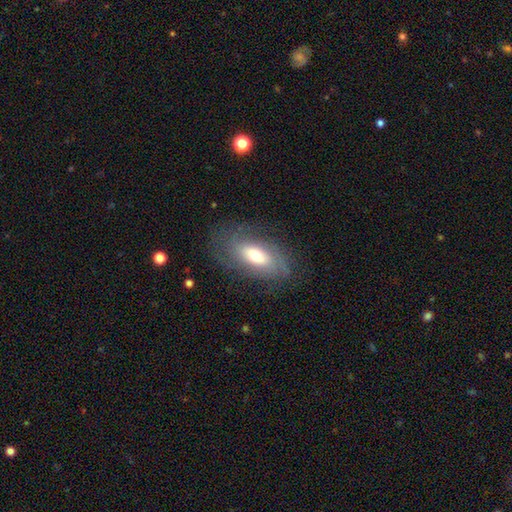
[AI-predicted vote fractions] Smooth or featured?
  - featured or disk: 50% *
  - smooth: 41%
  - star or artifact: 9%
Merging?
  - none: 73% *
  - minor disturbance: 17%
  - major disturbance: 9%
  - merger: 1%